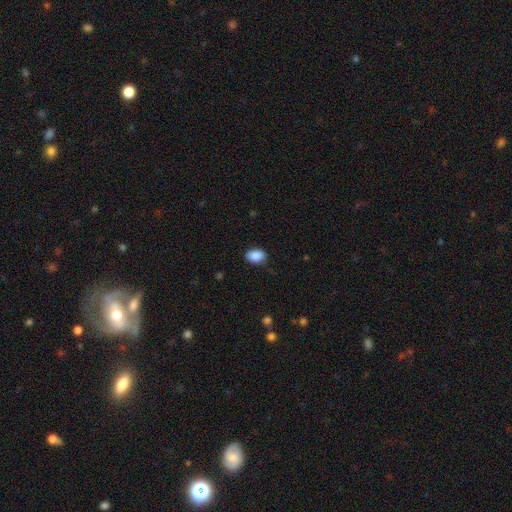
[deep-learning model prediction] Overall: smooth (89%). How rounded: in between (82%). Merging: none (83%).